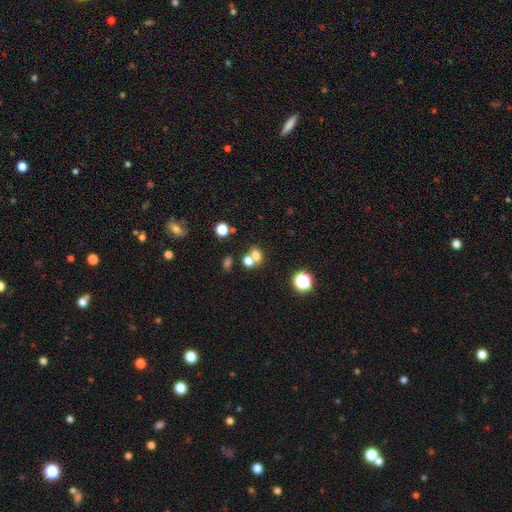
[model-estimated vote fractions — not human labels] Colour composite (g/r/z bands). It shows a smooth galaxy with no disk features (72%) that is round (51%). Merging: none (45%).